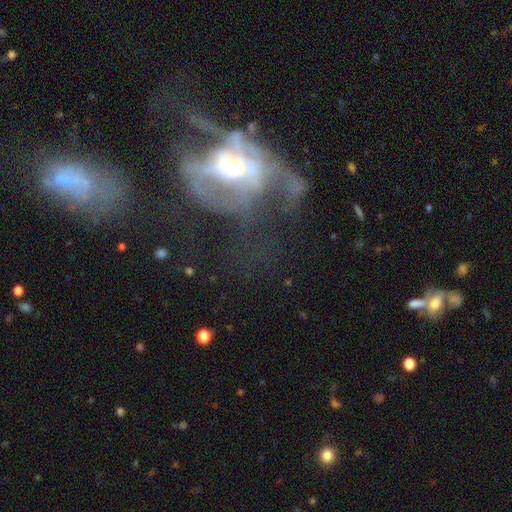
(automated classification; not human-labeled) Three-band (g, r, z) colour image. It shows a featured or disk galaxy (70%) with no bar (53%), spiral arms (51%) and a moderate central bulge (63%). Merging: major disturbance (48%).